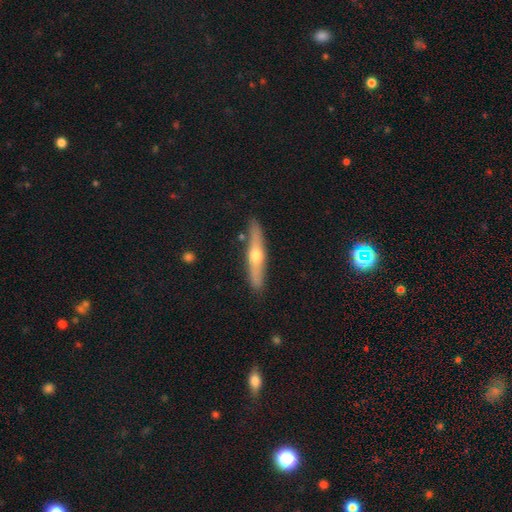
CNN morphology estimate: featured or disk 56%, smooth 39%, star or artifact 5%. Down the decision tree: edge-on disk — yes (91%); edge-on bulge — rounded (93%); merging — none (87%).